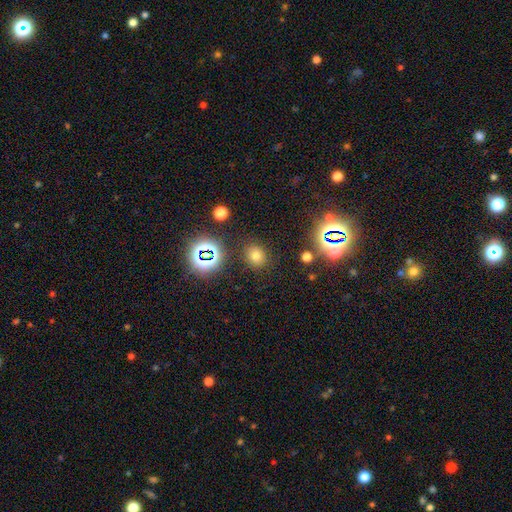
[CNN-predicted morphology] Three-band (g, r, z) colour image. It shows a smooth galaxy with no disk features (68%) that is round (73%). Merging: none (85%).